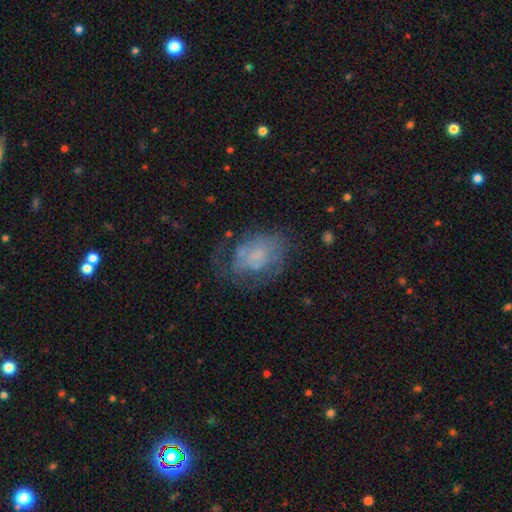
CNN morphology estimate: A featured or disk galaxy (46%).

Vote fractions:
- Smooth or featured? featured or disk: 46% / smooth: 42% / star or artifact: 11%
- Merging? none: 47% / minor disturbance: 25% / major disturbance: 25% / merger: 3%